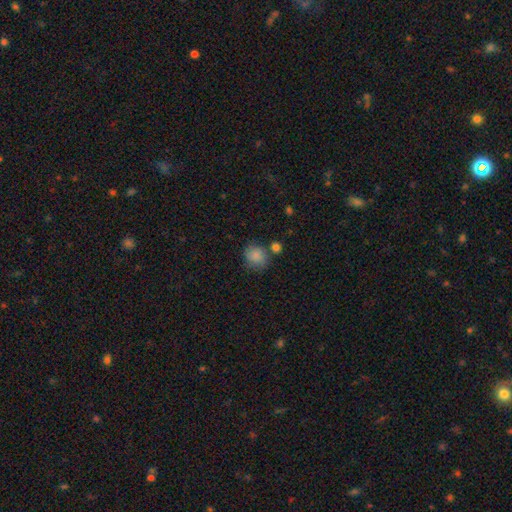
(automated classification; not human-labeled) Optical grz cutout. It shows a smooth galaxy with no disk features (85%) that is round (79%). Merging: none (67%).